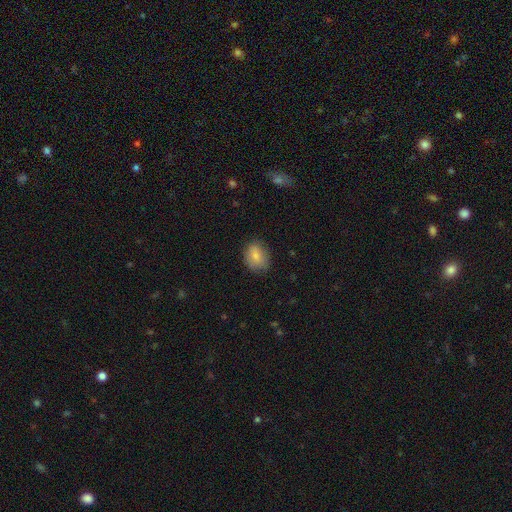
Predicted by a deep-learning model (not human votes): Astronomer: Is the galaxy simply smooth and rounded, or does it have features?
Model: smooth — 82%.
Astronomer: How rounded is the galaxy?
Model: in between — 58% (runner-up: round, 41%).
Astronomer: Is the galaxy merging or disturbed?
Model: none — 77%.